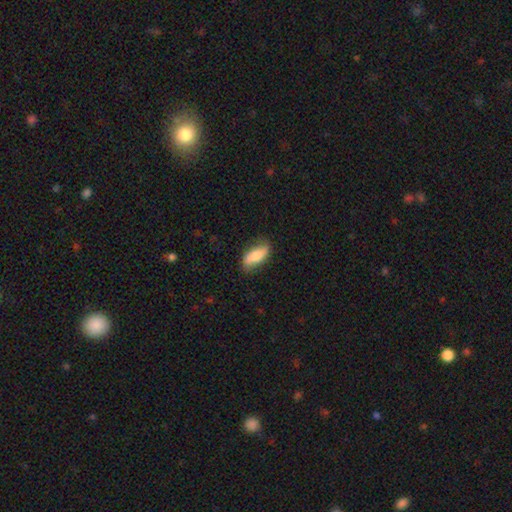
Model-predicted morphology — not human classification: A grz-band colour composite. It shows a smooth galaxy with no disk features (71%) that is in between round and cigar-shaped (79%). Merging: none (76%).